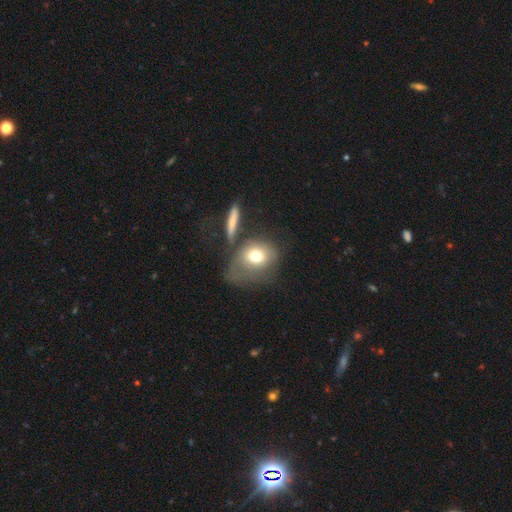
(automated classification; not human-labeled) This appears to be a smooth galaxy with no disk features (67%) that is round (61%). Merging: major disturbance (32%).